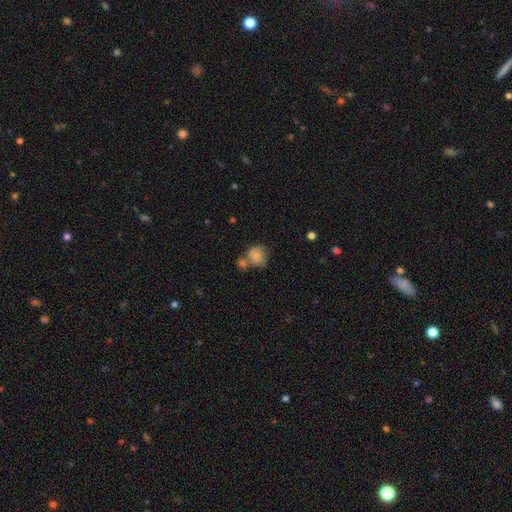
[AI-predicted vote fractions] smooth_or_featured: smooth (p=0.80) [alt: featured or disk p=0.12]
how_rounded: round (p=0.71) [alt: in between p=0.28]
merging: merger (p=0.42) [alt: none p=0.36]